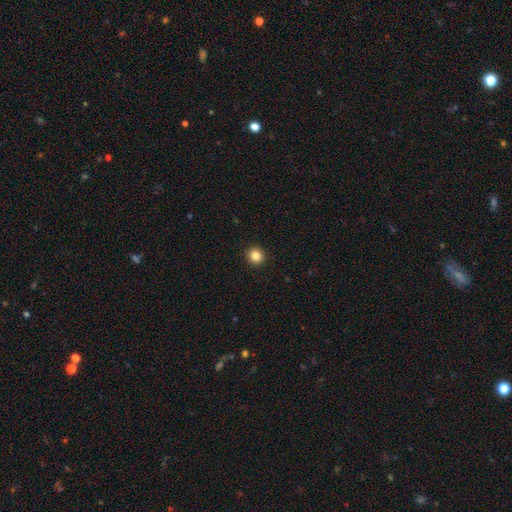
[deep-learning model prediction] A smooth galaxy with no disk features (85%) that is round (87%). Merging: none (93%).